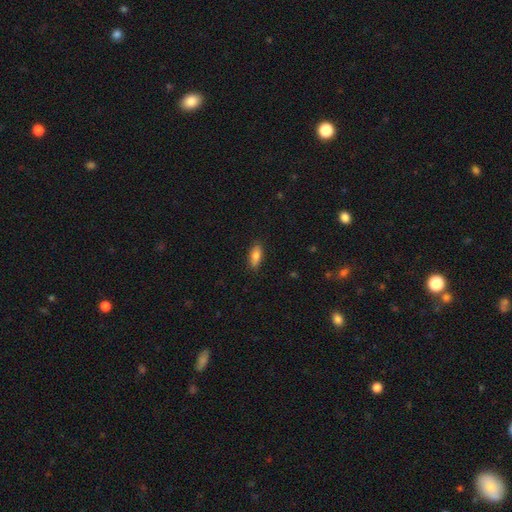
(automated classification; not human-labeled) A smooth galaxy with no disk features (83%) that is in between round and cigar-shaped (77%).

Vote fractions:
- Smooth or featured? smooth: 83% / featured or disk: 10% / star or artifact: 7%
- How rounded? in between: 77% / cigar-shaped: 20% / round: 2%
- Merging? none: 87% / minor disturbance: 10% / major disturbance: 2% / merger: 1%